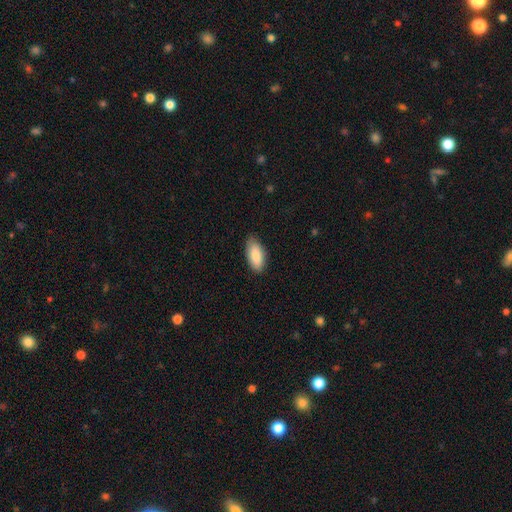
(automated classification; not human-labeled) Smooth or featured?
  - smooth: 87% *
  - featured or disk: 8%
  - star or artifact: 6%
How rounded?
  - in between: 89% *
  - cigar-shaped: 9%
  - round: 2%
Merging?
  - none: 82% *
  - minor disturbance: 14%
  - major disturbance: 2%
  - merger: 1%